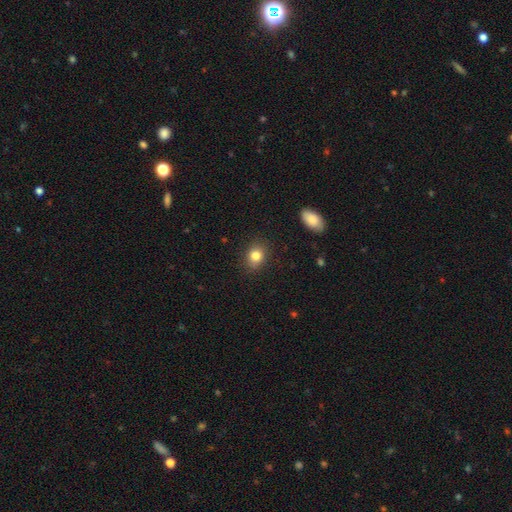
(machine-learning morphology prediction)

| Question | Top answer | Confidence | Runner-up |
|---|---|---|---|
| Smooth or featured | smooth | 83% | star or artifact (10%) |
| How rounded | round | 50% | in between (49%) |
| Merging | none | 84% | minor disturbance (12%) |